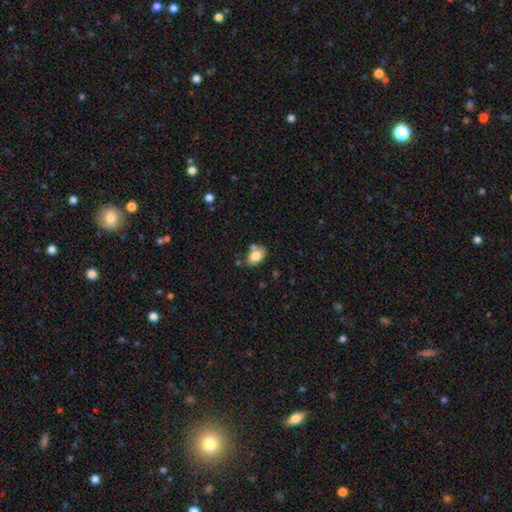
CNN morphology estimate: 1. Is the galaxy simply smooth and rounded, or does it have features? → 79% smooth, 13% featured or disk, 8% star or artifact.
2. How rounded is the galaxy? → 84% in between, 15% round, 1% cigar-shaped.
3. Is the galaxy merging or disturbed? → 65% none, 17% minor disturbance, 14% merger, 4% major disturbance.